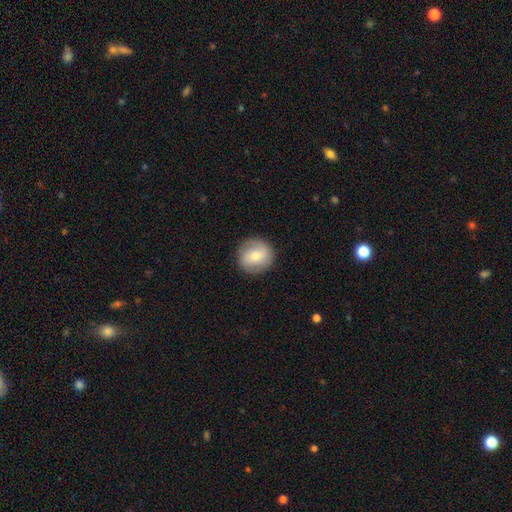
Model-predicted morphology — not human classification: A smooth galaxy with no disk features (67%) that is round (92%). Merging: none (88%).